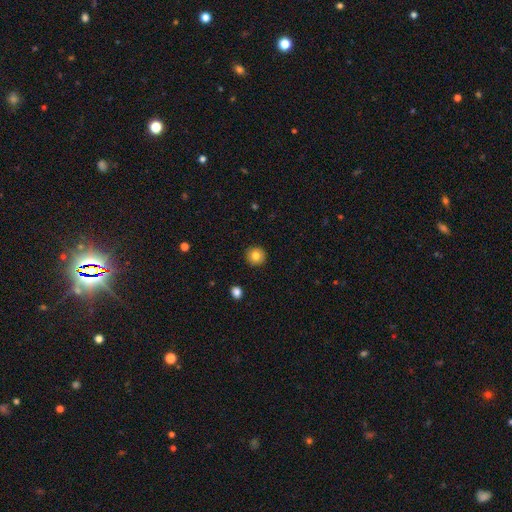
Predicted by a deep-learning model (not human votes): smooth-or-featured: smooth: 81% | featured or disk: 10% | star or artifact: 9%
  how-rounded: round: 94% | in between: 5% | cigar-shaped: 1%
  merging: none: 92% | minor disturbance: 6% | major disturbance: 2% | merger: 1%